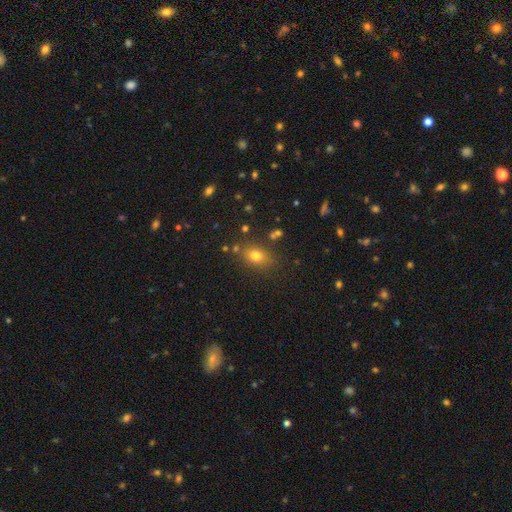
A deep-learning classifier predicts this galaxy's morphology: A smooth galaxy with no disk features (74%) that is in between round and cigar-shaped (68%). Merging: none (78%).